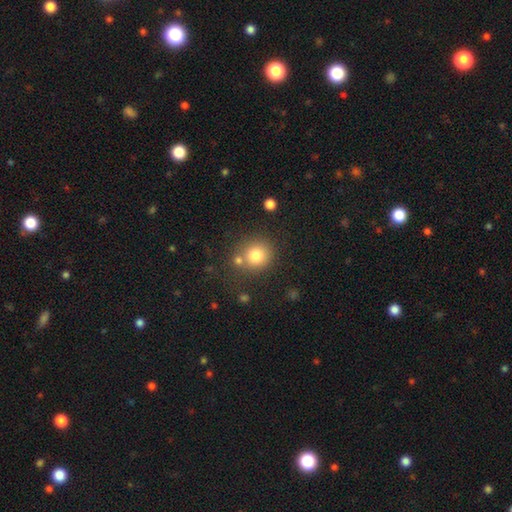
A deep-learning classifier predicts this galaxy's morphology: smooth-or-featured: smooth: 79% | star or artifact: 12% | featured or disk: 9%
  how-rounded: round: 87% | in between: 12% | cigar-shaped: 1%
  merging: none: 68% | merger: 17% | minor disturbance: 11% | major disturbance: 4%